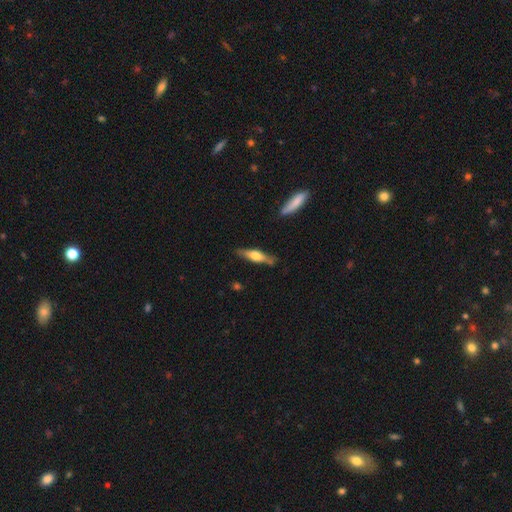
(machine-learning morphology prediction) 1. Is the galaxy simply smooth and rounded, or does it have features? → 55% featured or disk, 39% smooth, 6% star or artifact.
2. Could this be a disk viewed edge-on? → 93% yes, 7% no.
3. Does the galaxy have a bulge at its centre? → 87% rounded, 10% boxy, 3% none.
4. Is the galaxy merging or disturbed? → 80% none, 14% minor disturbance, 3% major disturbance, 3% merger.